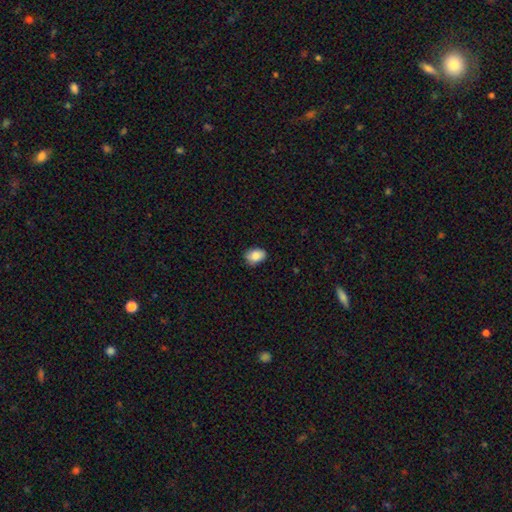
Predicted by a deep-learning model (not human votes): smooth_or_featured: smooth (p=0.86) [alt: star or artifact p=0.08]
how_rounded: in between (p=0.78) [alt: round p=0.21]
merging: none (p=0.78) [alt: minor disturbance p=0.18]